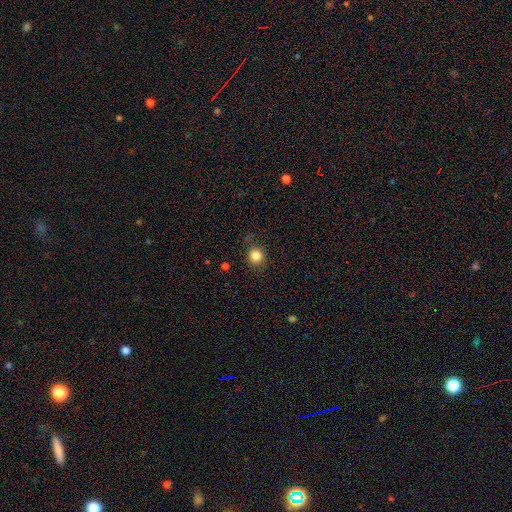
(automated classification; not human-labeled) smooth_or_featured: smooth (p=0.84) [alt: star or artifact p=0.11]
how_rounded: round (p=0.89) [alt: in between p=0.10]
merging: none (p=0.83) [alt: minor disturbance p=0.12]